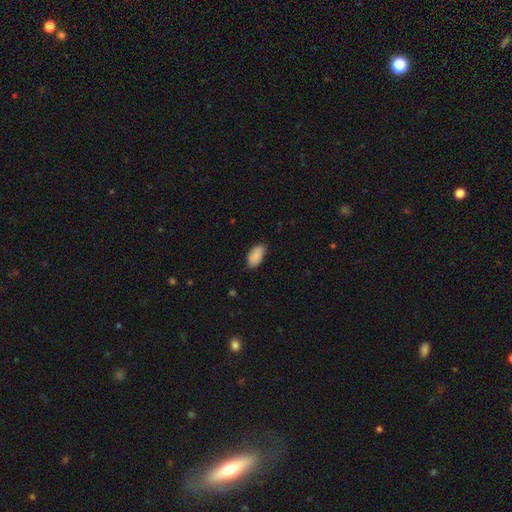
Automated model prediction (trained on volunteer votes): Smooth or featured: smooth — 87% (star or artifact — 7%)
How rounded: in between — 94% (round — 3%)
Merging: none — 75% (minor disturbance — 21%)